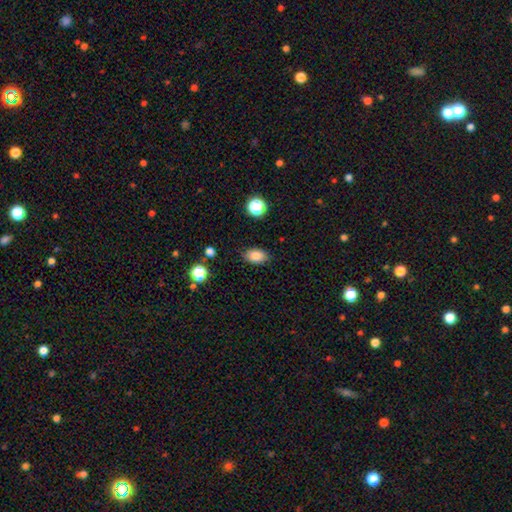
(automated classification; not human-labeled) Smooth or featured: smooth — 84% (star or artifact — 10%)
How rounded: in between — 85% (round — 13%)
Merging: none — 83% (minor disturbance — 12%)